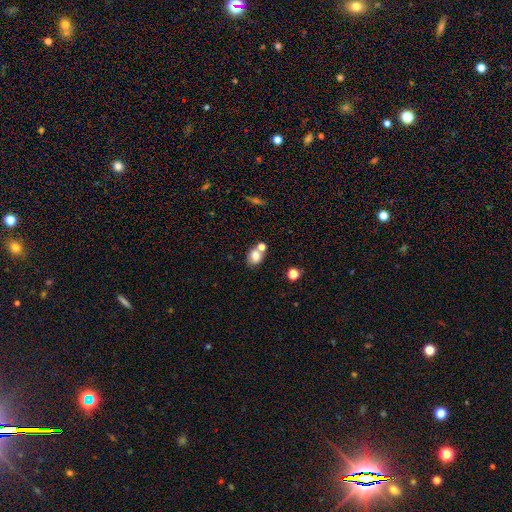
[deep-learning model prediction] smooth_or_featured: smooth (p=0.74) [alt: featured or disk p=0.14]
how_rounded: in between (p=0.57) [alt: round p=0.42]
merging: none (p=0.48) [alt: merger p=0.34]